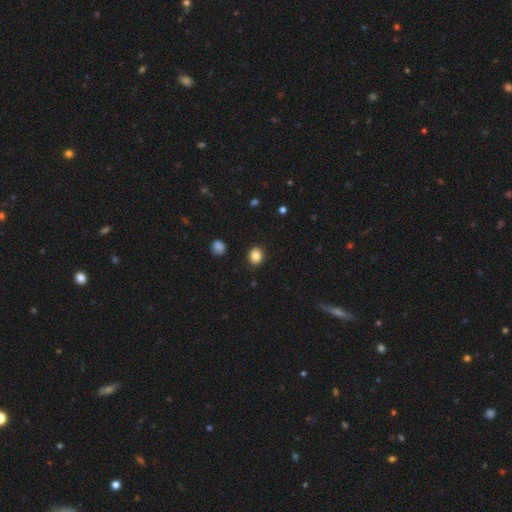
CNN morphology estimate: Smooth or featured? Predicted: smooth (p=0.85). How rounded? Predicted: round (p=0.62). Merging? Predicted: none (p=0.91).